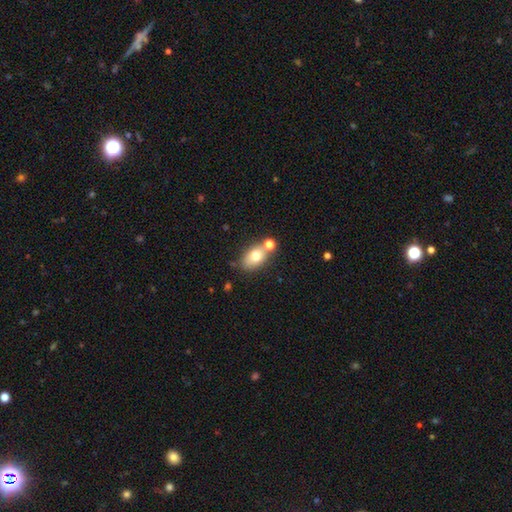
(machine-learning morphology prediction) This is likely a smooth galaxy (73%). How rounded: clearly in between (82%). Merging: possibly none (59%).